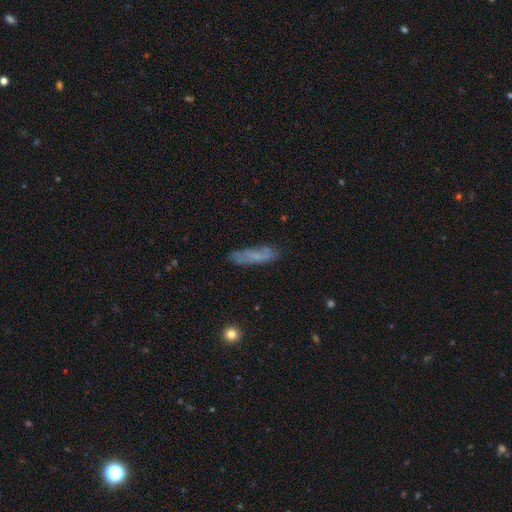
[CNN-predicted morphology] A smooth galaxy with no disk features (57%) that is cigar-shaped (68%).

Vote fractions:
- Smooth or featured? smooth: 57% / featured or disk: 34% / star or artifact: 9%
- How rounded? cigar-shaped: 68% / in between: 30% / round: 2%
- Merging? none: 73% / minor disturbance: 19% / major disturbance: 5% / merger: 2%